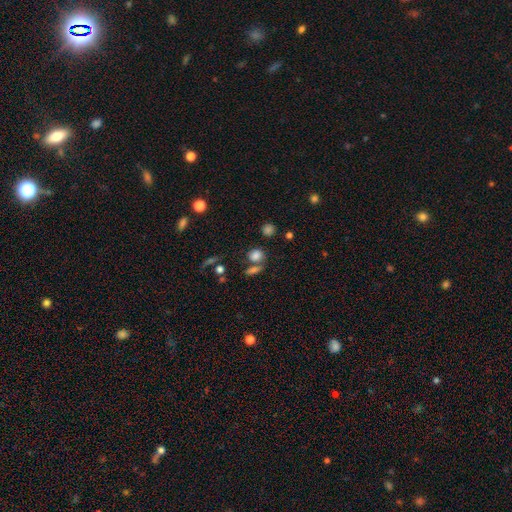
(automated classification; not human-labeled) Morphology: type=smooth (79%); roundness=round (61%); merging=none (58%).